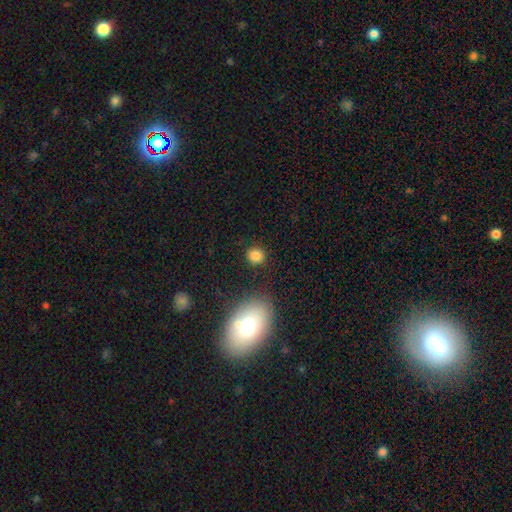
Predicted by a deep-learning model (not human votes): smooth_or_featured: smooth (p=0.83) [alt: star or artifact p=0.12]
how_rounded: round (p=0.87) [alt: in between p=0.12]
merging: none (p=0.88) [alt: minor disturbance p=0.07]